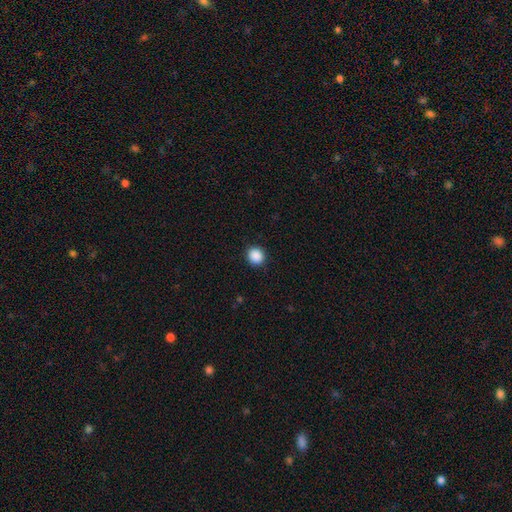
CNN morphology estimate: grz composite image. It shows a smooth galaxy with no disk features (89%) that is round (88%). Merging: none (91%).